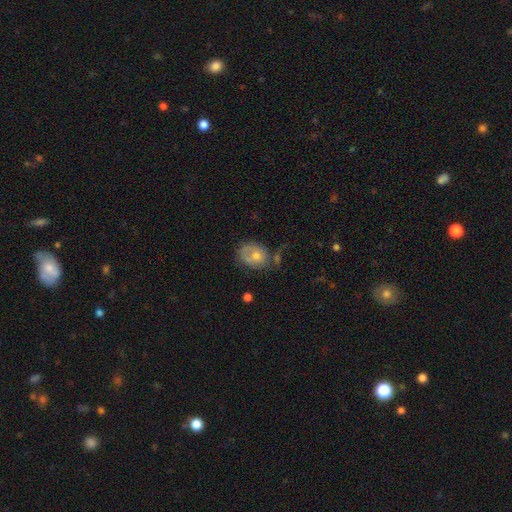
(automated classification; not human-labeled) Smooth or featured? smooth (50%)
How rounded? in between (56%)
Merging? none (45%)